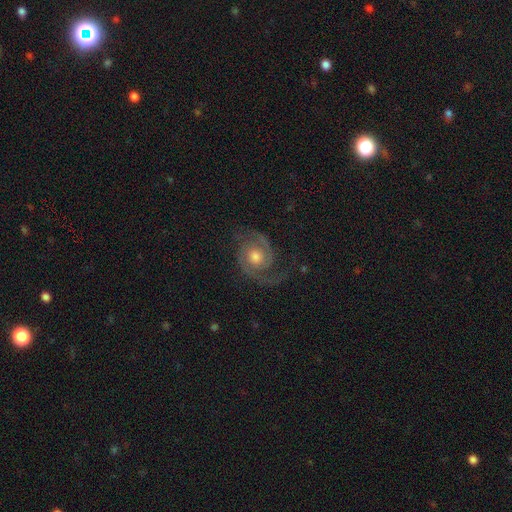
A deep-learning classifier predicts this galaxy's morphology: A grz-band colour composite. It shows a featured or disk galaxy (88%) with no bar (70%), 2 (90%) medium (52%) spiral arms (98%) and a moderate central bulge (69%). Merging: none (76%).